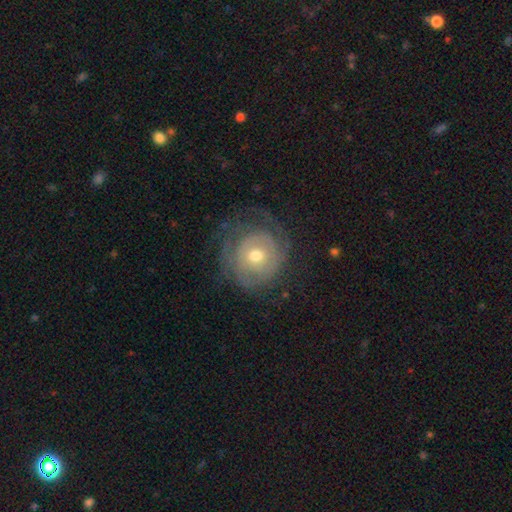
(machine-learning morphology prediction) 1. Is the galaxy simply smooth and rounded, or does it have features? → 68% featured or disk, 25% smooth, 7% star or artifact.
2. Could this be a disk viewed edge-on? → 97% no, 3% yes.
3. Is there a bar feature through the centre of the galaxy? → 78% no, 18% weak, 4% strong.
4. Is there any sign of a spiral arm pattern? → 75% yes, 25% no.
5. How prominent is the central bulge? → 64% moderate, 30% small, 4% large, 1% dominant, 1% none.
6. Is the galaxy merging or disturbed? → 63% none, 20% minor disturbance, 16% major disturbance, 1% merger.